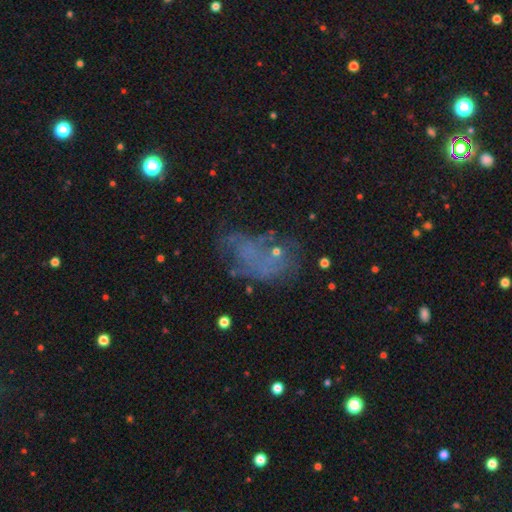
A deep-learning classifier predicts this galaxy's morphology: This is marginally a smooth galaxy (36%). Merging: marginally none (39%).